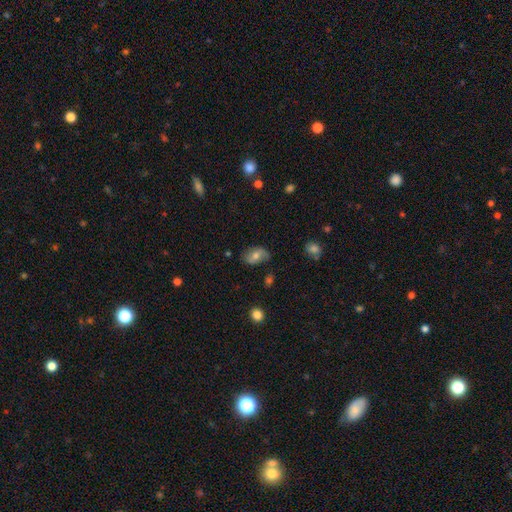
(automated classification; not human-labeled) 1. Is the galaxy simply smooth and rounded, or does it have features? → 51% smooth, 40% featured or disk, 9% star or artifact.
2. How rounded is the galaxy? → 87% in between, 11% round, 2% cigar-shaped.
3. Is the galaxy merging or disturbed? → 72% none, 21% minor disturbance, 6% major disturbance, 2% merger.